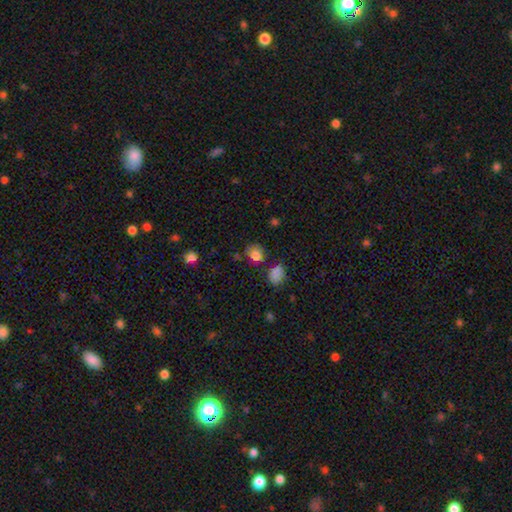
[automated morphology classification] This is likely a smooth galaxy (75%). How rounded: likely round (69%). Merging: likely none (67%).